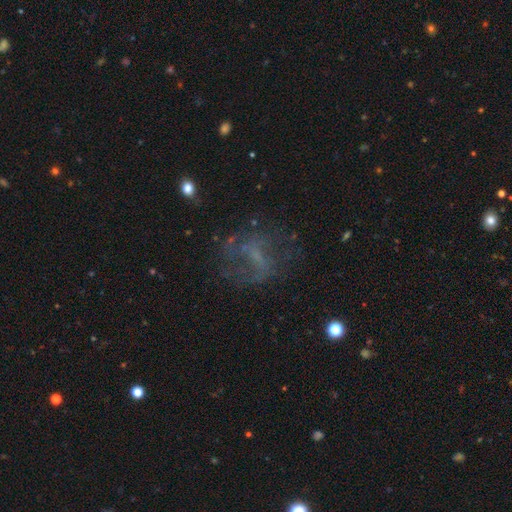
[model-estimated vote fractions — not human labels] This appears to be a featured or disk galaxy (58%) with no bar (43%), spiral arms (57%) and no central bulge (51%). Merging: none (56%).